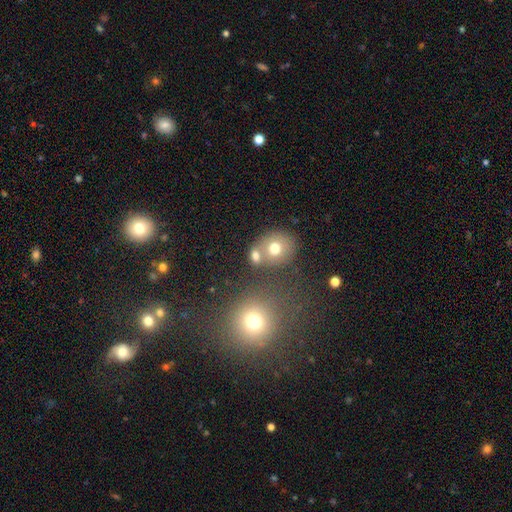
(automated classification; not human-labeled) Q: Smooth or featured?
A: smooth (70%); runner-up: star or artifact (15%)
Q: How rounded?
A: round (69%); runner-up: in between (30%)
Q: Merging?
A: none (47%); runner-up: merger (37%)